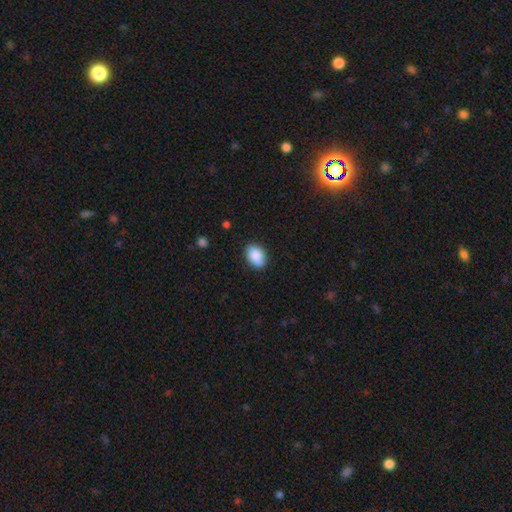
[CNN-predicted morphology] A smooth galaxy with no disk features (88%) that is in between round and cigar-shaped (84%). Merging: none (83%).